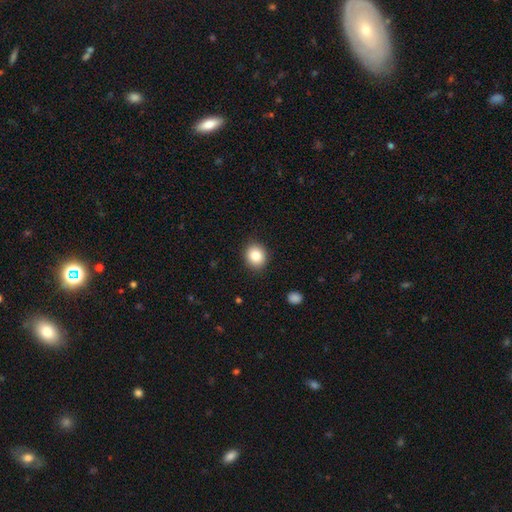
Smooth or featured?
  - smooth: 74% *
  - featured or disk: 21%
  - star or artifact: 5%
How rounded?
  - round: 75% *
  - in between: 25%
  - cigar-shaped: 0%
Merging?
  - none: 86% *
  - major disturbance: 8%
  - merger: 6%
  - minor disturbance: 0%